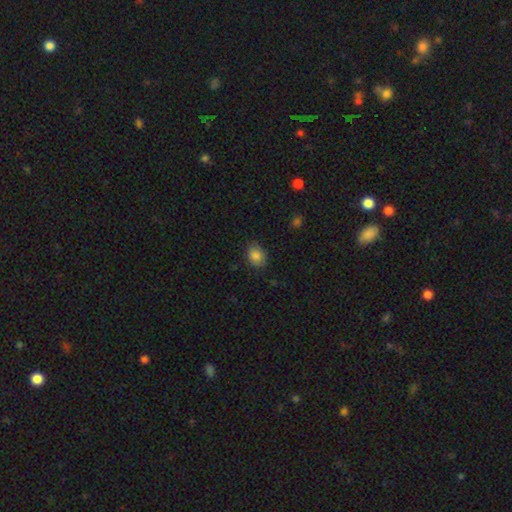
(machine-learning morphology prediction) Overall: smooth (85%). How rounded: in between (58%; round 41%). Merging: none (80%).